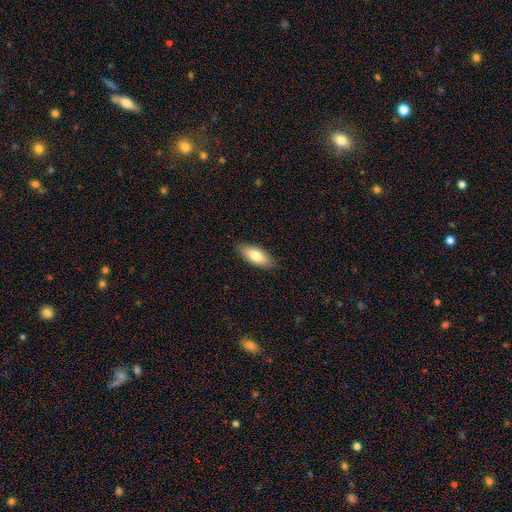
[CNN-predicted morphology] Smooth or featured?
  - smooth: 79% *
  - featured or disk: 15%
  - star or artifact: 6%
How rounded?
  - in between: 82% *
  - cigar-shaped: 16%
  - round: 2%
Merging?
  - none: 87% *
  - minor disturbance: 10%
  - major disturbance: 2%
  - merger: 1%